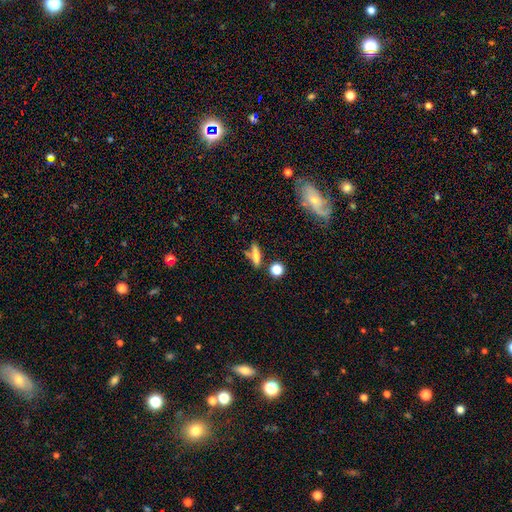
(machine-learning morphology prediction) Overall: smooth (56%; featured or disk 34%). How rounded: cigar-shaped (60%; in between 32%). Merging: none (69%).